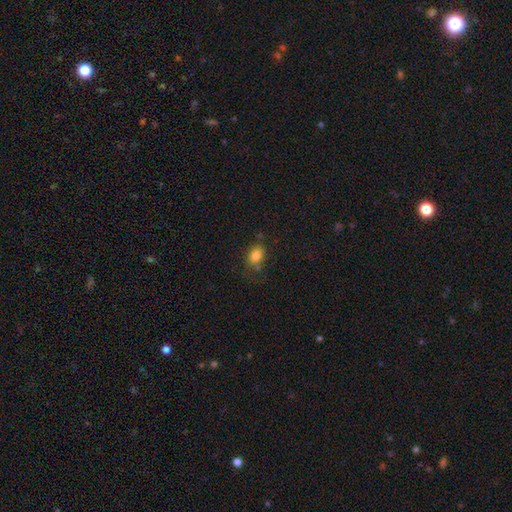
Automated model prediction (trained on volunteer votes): Q: Smooth or featured?
A: smooth (81%); runner-up: star or artifact (11%)
Q: How rounded?
A: in between (66%); runner-up: round (33%)
Q: Merging?
A: none (68%); runner-up: minor disturbance (19%)